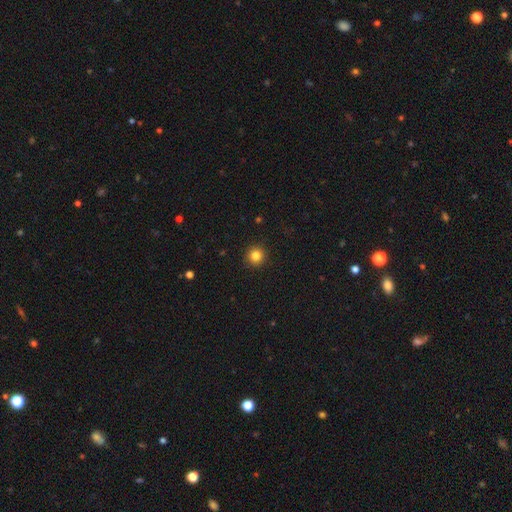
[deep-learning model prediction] Smooth or featured?
  - smooth: 84% *
  - star or artifact: 11%
  - featured or disk: 5%
How rounded?
  - round: 94% *
  - in between: 5%
  - cigar-shaped: 1%
Merging?
  - none: 92% *
  - minor disturbance: 6%
  - major disturbance: 2%
  - merger: 1%